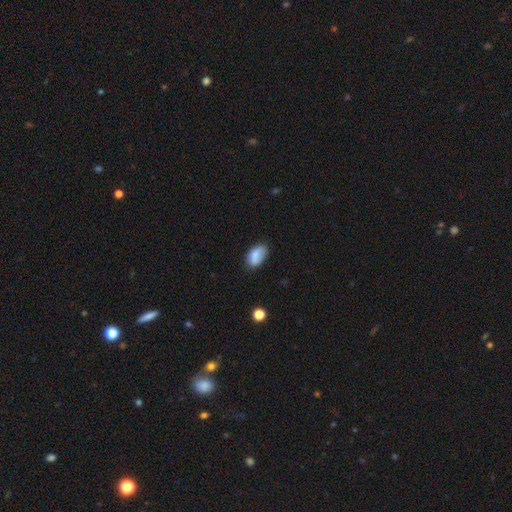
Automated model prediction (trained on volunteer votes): smooth-or-featured: smooth: 82% | featured or disk: 10% | star or artifact: 8%
  how-rounded: in between: 92% | round: 6% | cigar-shaped: 2%
  merging: none: 71% | minor disturbance: 22% | major disturbance: 5% | merger: 2%